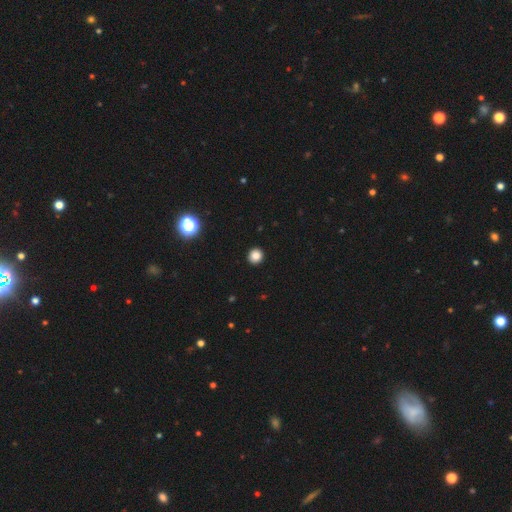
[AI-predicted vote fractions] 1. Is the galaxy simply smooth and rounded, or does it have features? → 85% smooth, 11% star or artifact, 4% featured or disk.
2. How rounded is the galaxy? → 92% round, 7% in between, 1% cigar-shaped.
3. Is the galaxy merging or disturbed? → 93% none, 4% minor disturbance, 1% major disturbance, 1% merger.